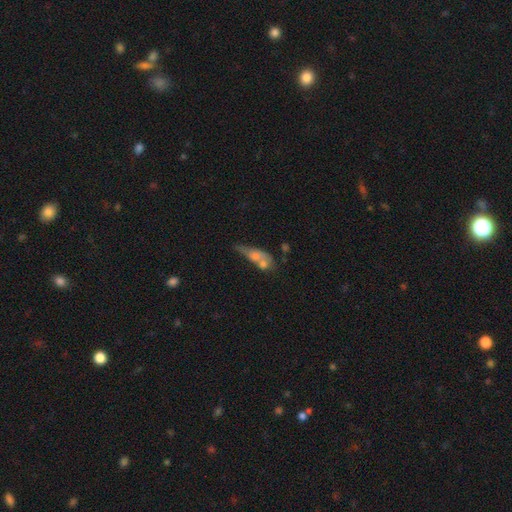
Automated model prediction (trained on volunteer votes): smooth_or_featured: smooth (p=0.50) [alt: featured or disk p=0.39]
merging: merger (p=0.38) [alt: none p=0.28]